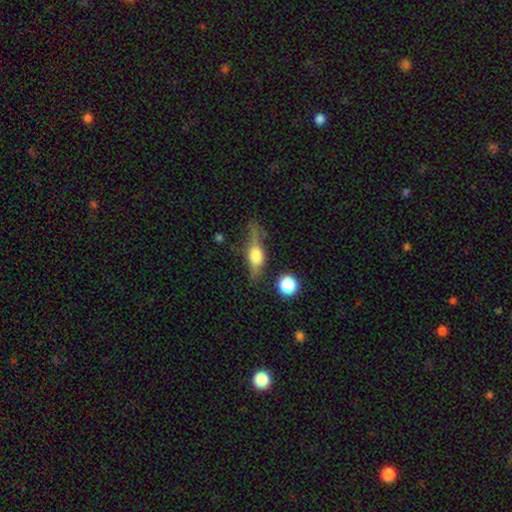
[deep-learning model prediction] Morphology: type=featured or disk (60%); edge-on=yes (91%); edge-on bulge=rounded (91%); merging=none (63%).